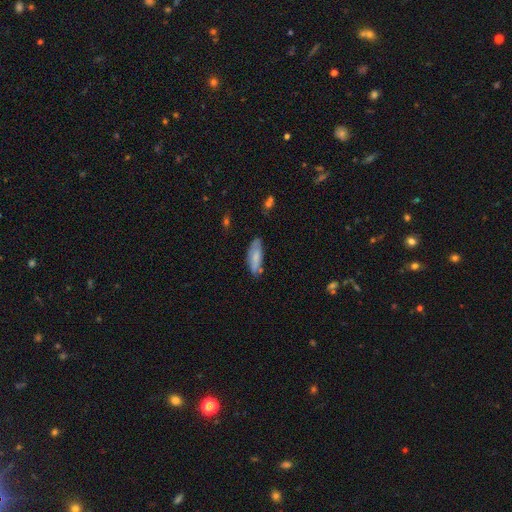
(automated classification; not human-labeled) A smooth galaxy with no disk features (69%) that is in between round and cigar-shaped (62%). Merging: none (68%).